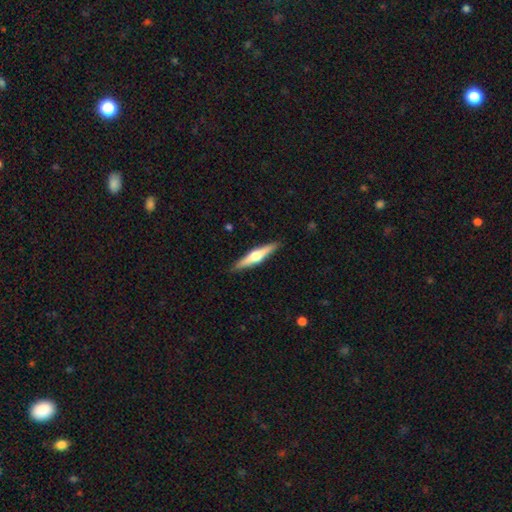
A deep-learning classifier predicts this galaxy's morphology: Q: Smooth or featured?
A: featured or disk (65%); runner-up: smooth (30%)
Q: Edge-on disk?
A: yes (97%); runner-up: no (3%)
Q: Edge-on bulge?
A: rounded (94%); runner-up: boxy (3%)
Q: Merging?
A: none (90%); runner-up: minor disturbance (7%)